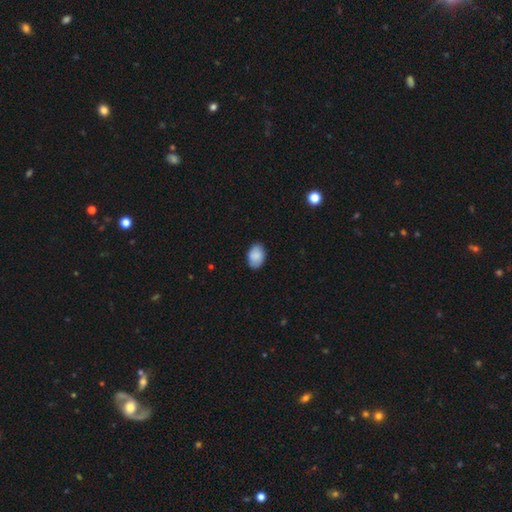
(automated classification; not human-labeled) This is clearly a smooth galaxy (86%). How rounded: clearly in between (85%). Merging: clearly none (84%).